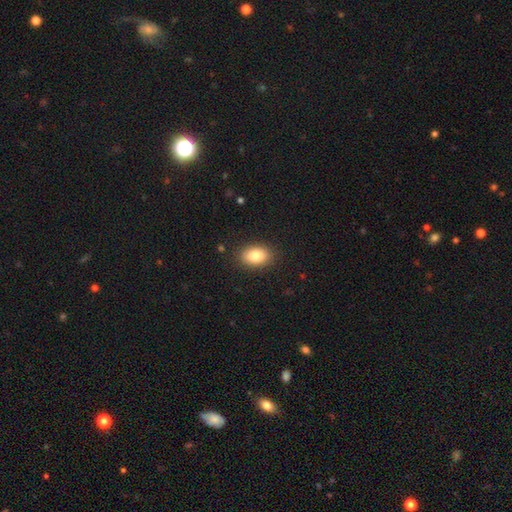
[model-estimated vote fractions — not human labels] Q: Smooth or featured?
A: smooth (84%); runner-up: featured or disk (8%)
Q: How rounded?
A: in between (87%); runner-up: round (11%)
Q: Merging?
A: none (87%); runner-up: minor disturbance (9%)